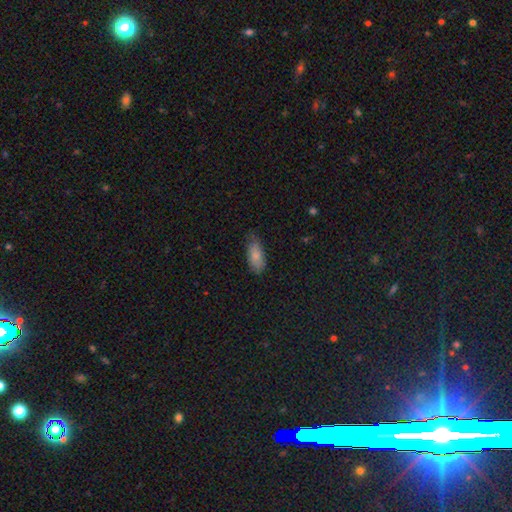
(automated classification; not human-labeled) The model was most divided on "merging": none: 69%, minor disturbance: 25%, major disturbance: 4%, merger: 1%. More confident: how rounded — in between (84%); smooth or featured — smooth (83%).